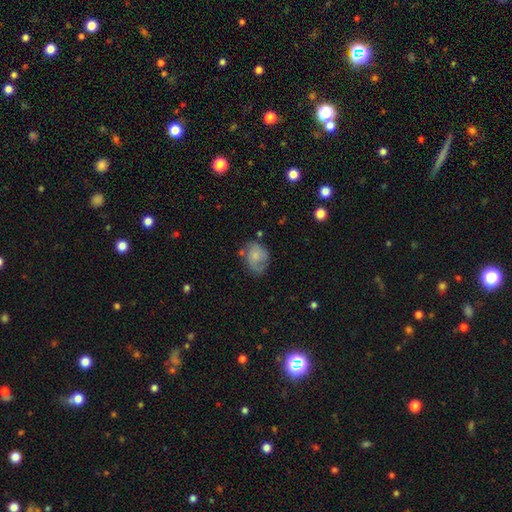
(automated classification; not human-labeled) smooth_or_featured: smooth (p=0.60) [alt: featured or disk p=0.32]
how_rounded: in between (p=0.62) [alt: round p=0.37]
merging: none (p=0.50) [alt: minor disturbance p=0.30]